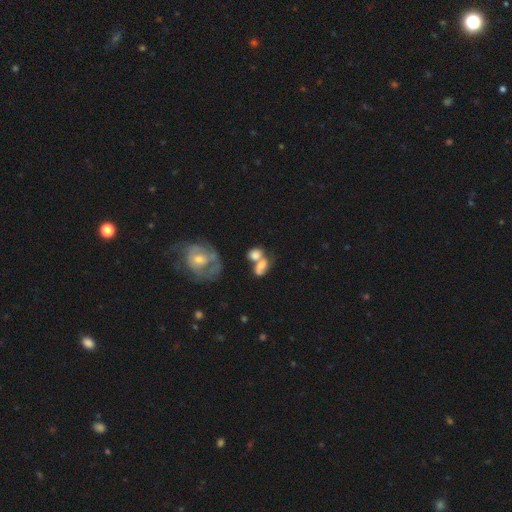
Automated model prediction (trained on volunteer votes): The model was most divided on "how rounded": in between: 68%, round: 29%, cigar-shaped: 3%. More confident: smooth or featured — smooth (65%); merging — merger (60%).